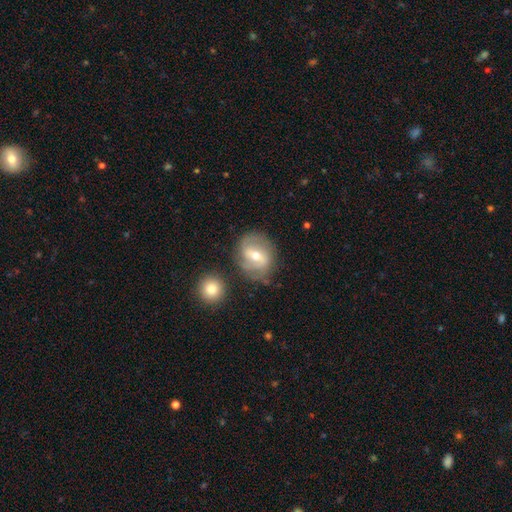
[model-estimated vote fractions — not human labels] A featured or disk galaxy (67%) with a weak bar (48%), spiral arms (78%) and a moderate central bulge (66%).

Vote fractions:
- Smooth or featured? featured or disk: 67% / smooth: 27% / star or artifact: 7%
- Edge-on disk? no: 95% / yes: 5%
- Bar? weak: 48% / strong: 35% / no: 18%
- Spiral arms? yes: 78% / no: 22%
- Bulge size? moderate: 66% / small: 29% / large: 4% / none: 1% / dominant: 1%
- Merging? none: 72% / minor disturbance: 17% / major disturbance: 6% / merger: 5%